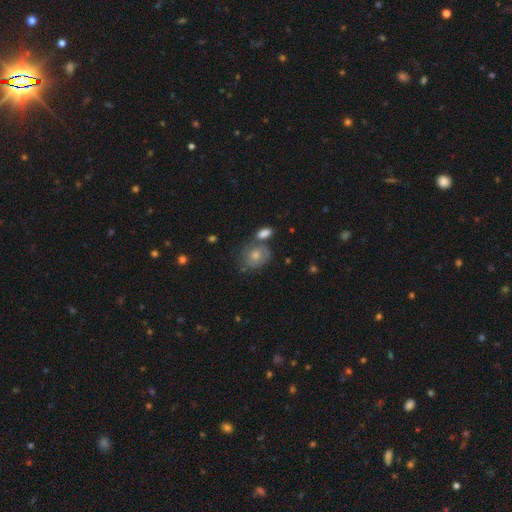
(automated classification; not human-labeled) Smooth or featured: smooth — 60% (featured or disk — 32%)
How rounded: round — 61% (in between — 37%)
Merging: none — 54% (minor disturbance — 20%)